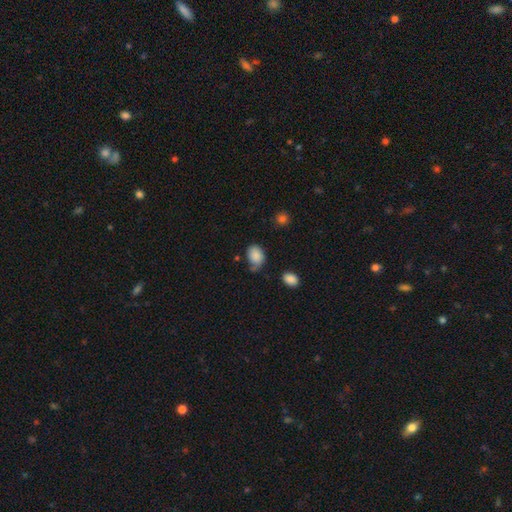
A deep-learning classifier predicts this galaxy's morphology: Overall: smooth (85%). How rounded: in between (73%). Merging: none (48%; minor disturbance 34%).